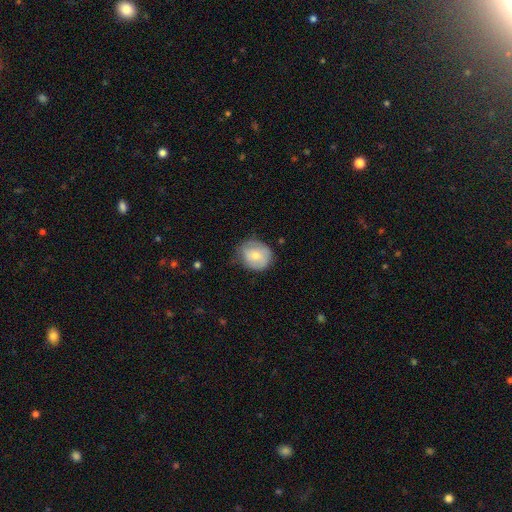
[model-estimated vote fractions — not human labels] smooth_or_featured: smooth (p=0.67) [alt: featured or disk p=0.26]
how_rounded: round (p=0.78) [alt: in between p=0.21]
merging: none (p=0.61) [alt: minor disturbance p=0.29]